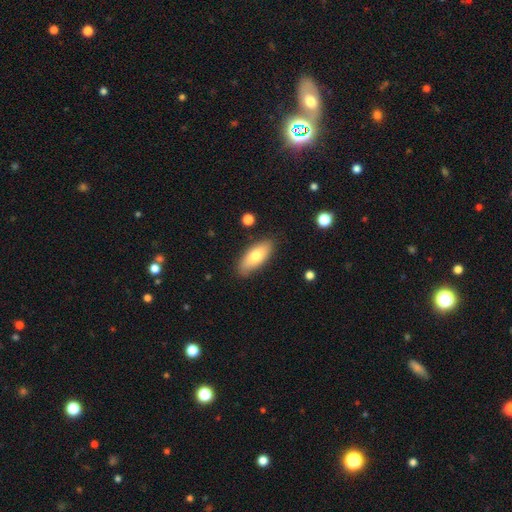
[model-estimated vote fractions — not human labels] Smooth or featured?
  - smooth: 72% *
  - featured or disk: 22%
  - star or artifact: 6%
How rounded?
  - in between: 82% *
  - cigar-shaped: 16%
  - round: 2%
Merging?
  - none: 84% *
  - minor disturbance: 12%
  - major disturbance: 2%
  - merger: 2%